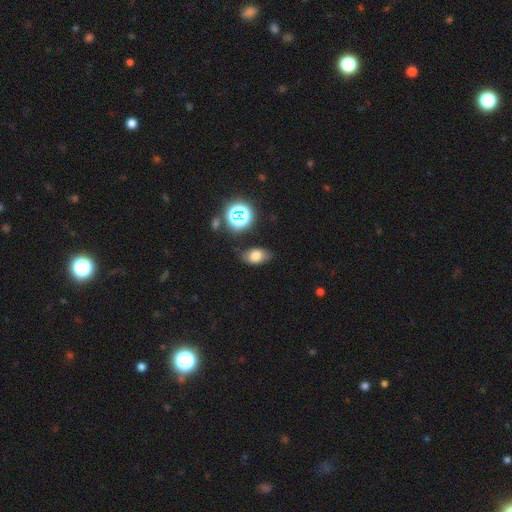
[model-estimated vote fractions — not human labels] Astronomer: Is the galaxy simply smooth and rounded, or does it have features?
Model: smooth — 72%.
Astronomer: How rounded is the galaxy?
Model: in between — 85%.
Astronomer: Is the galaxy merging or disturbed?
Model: none — 78%.